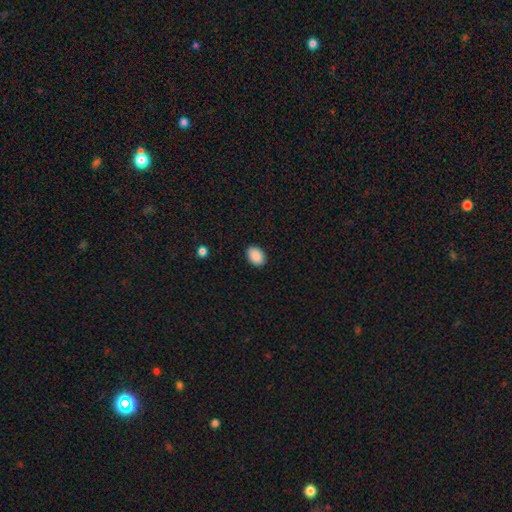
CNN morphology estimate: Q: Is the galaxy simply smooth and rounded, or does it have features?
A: smooth — 90%.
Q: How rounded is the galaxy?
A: in between — 81%.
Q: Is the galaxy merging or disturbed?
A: none — 90%.